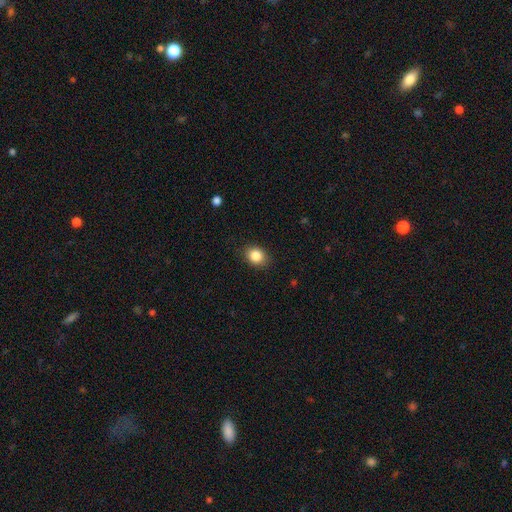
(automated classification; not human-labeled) Overall: smooth (86%). How rounded: round (52%; in between 47%). Merging: none (87%).